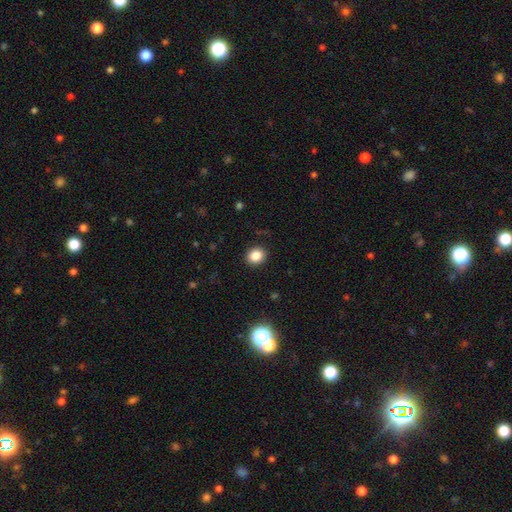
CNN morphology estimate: The model was most divided on "how rounded": round: 69%, in between: 31%, cigar-shaped: 1%. More confident: merging — none (90%); smooth or featured — smooth (85%).